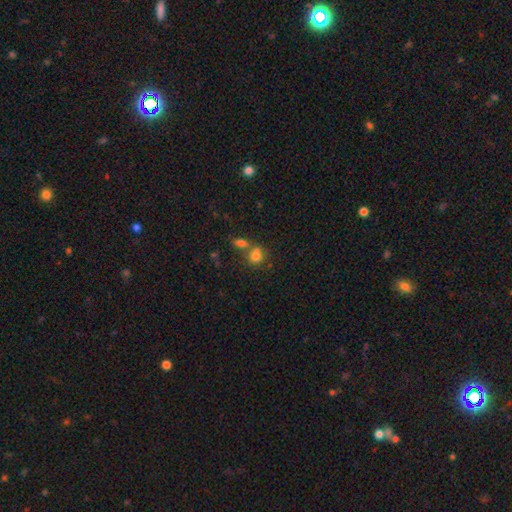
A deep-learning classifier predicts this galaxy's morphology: This is likely a smooth galaxy (77%). How rounded: likely round (62%). Merging: marginally merger (44%).